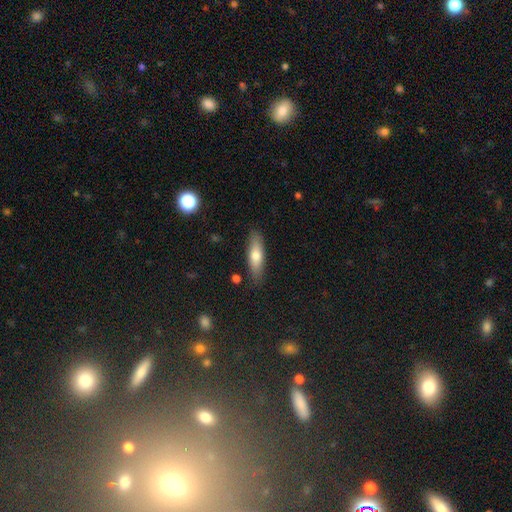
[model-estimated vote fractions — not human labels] This is likely a smooth galaxy (70%). How rounded: possibly cigar-shaped (51%). Merging: clearly none (85%).